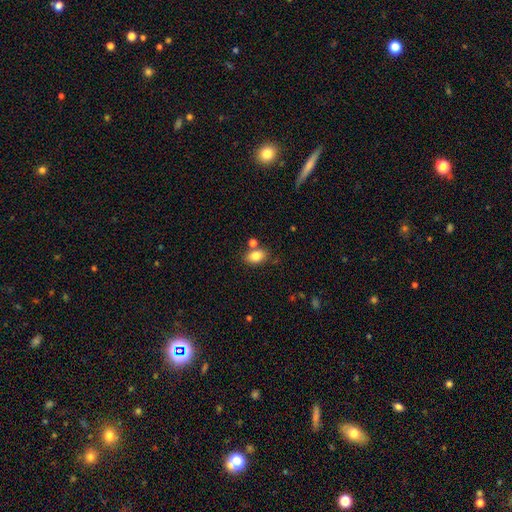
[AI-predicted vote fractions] The model was most divided on "merging": none: 70%, merger: 14%, minor disturbance: 12%, major disturbance: 3%. More confident: smooth or featured — smooth (82%); how rounded — in between (80%).